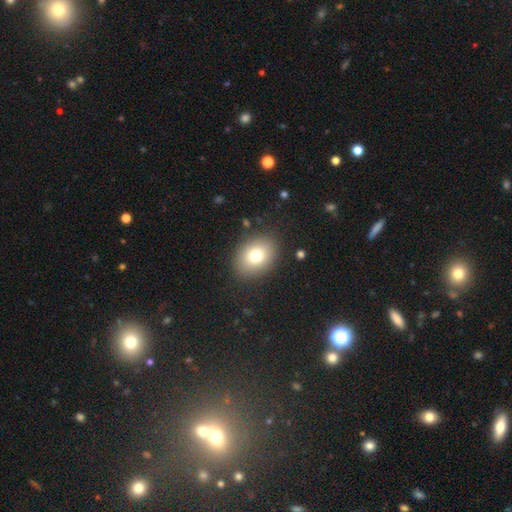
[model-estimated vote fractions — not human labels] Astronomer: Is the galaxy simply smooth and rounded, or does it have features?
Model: smooth — 78%.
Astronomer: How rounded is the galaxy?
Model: in between — 62% (runner-up: round, 38%).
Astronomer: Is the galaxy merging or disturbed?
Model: none — 86%.